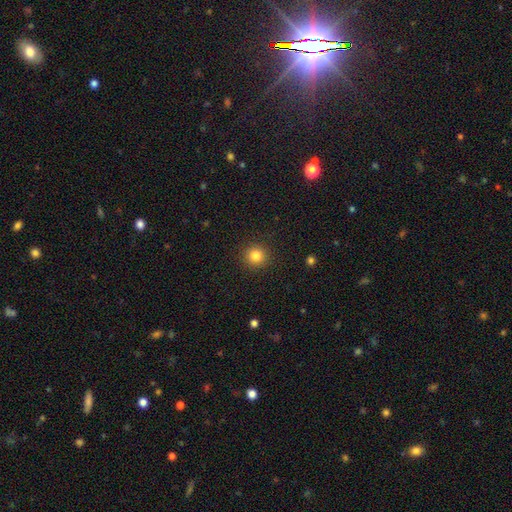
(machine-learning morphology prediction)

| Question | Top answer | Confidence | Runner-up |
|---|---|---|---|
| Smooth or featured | smooth | 84% | star or artifact (12%) |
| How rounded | round | 93% | in between (6%) |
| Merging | none | 92% | minor disturbance (5%) |